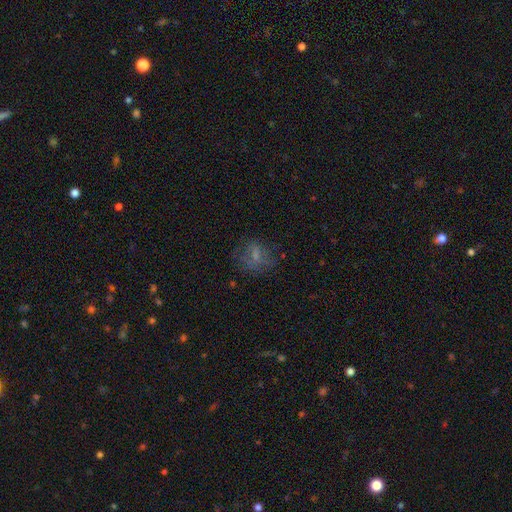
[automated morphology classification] smooth_or_featured: smooth (p=0.52) [alt: featured or disk p=0.31]
how_rounded: round (p=0.59) [alt: in between p=0.38]
merging: none (p=0.58) [alt: minor disturbance p=0.20]